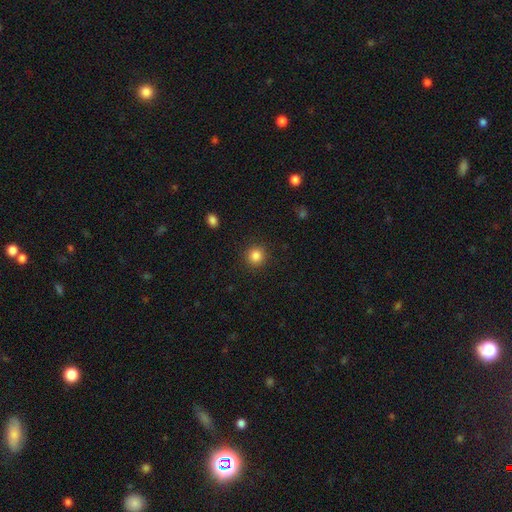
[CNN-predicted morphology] smooth 85%, star or artifact 11%, featured or disk 4%. Down the decision tree: how rounded — round (94%); merging — none (91%).